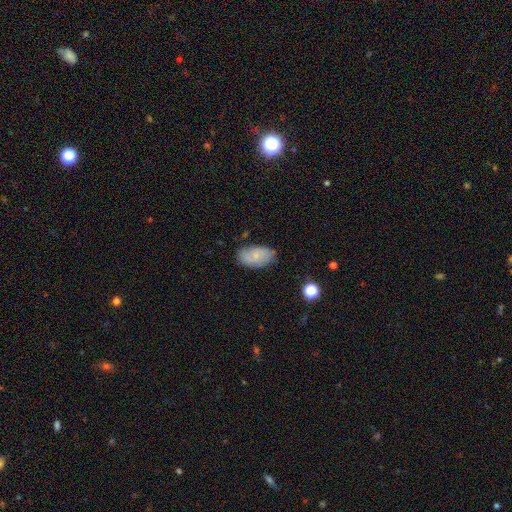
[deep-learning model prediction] Overall: smooth (62%; featured or disk 30%). How rounded: in between (93%). Merging: none (76%).